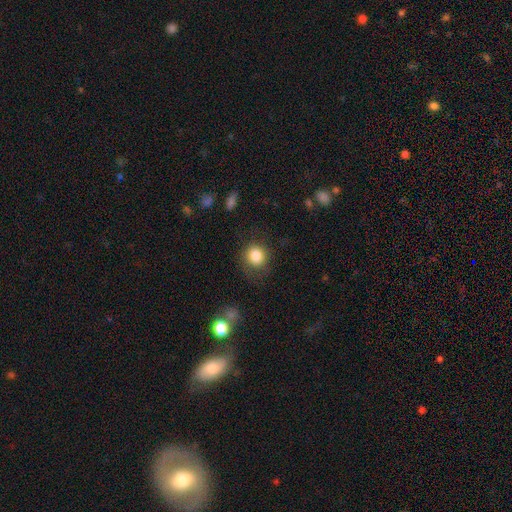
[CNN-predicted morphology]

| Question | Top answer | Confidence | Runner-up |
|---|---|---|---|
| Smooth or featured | smooth | 84% | star or artifact (9%) |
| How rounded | round | 83% | in between (16%) |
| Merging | none | 72% | minor disturbance (17%) |